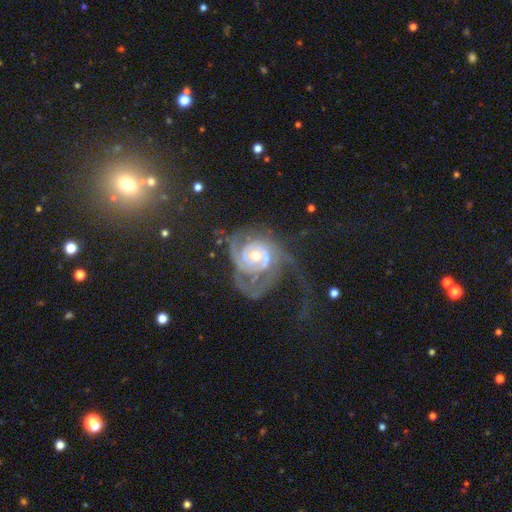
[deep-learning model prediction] Q: Smooth or featured?
A: featured or disk (84%); runner-up: smooth (9%)
Q: Edge-on disk?
A: no (97%); runner-up: yes (3%)
Q: Bar?
A: no (76%); runner-up: weak (19%)
Q: Spiral arms?
A: yes (88%); runner-up: no (12%)
Q: Spiral winding?
A: tight (48%); runner-up: medium (33%)
Q: Spiral arm count?
A: 2 (43%); runner-up: can't tell (25%)
Q: Bulge size?
A: moderate (60%); runner-up: small (32%)
Q: Merging?
A: major disturbance (44%); runner-up: none (25%)